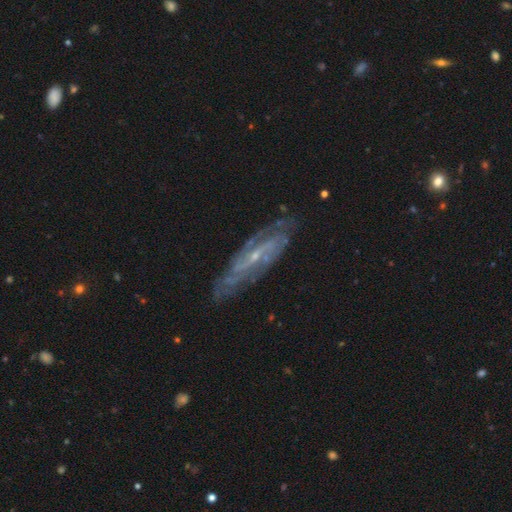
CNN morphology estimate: smooth_or_featured: featured or disk (p=0.84) [alt: smooth p=0.09]
disk_edge_on: no (p=0.80) [alt: yes p=0.20]
bar: weak (p=0.43) [alt: no p=0.32]
has_spiral_arms: yes (p=0.91) [alt: no p=0.09]
spiral_winding: medium (p=0.43) [alt: tight p=0.41]
spiral_arm_count: 2 (p=0.48) [alt: can't tell p=0.30]
bulge_size: small (p=0.75) [alt: moderate p=0.18]
merging: none (p=0.76) [alt: minor disturbance p=0.16]